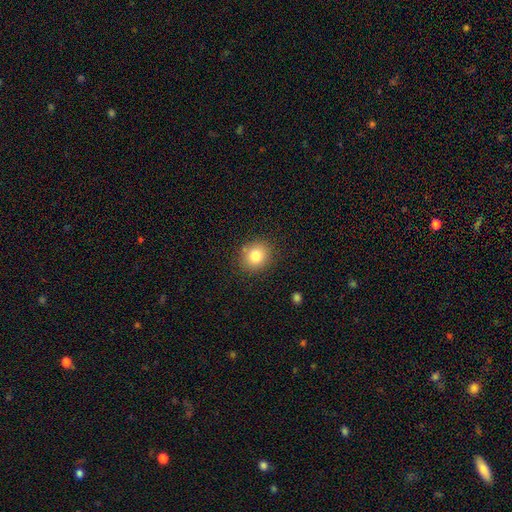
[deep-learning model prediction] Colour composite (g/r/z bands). It shows a smooth galaxy with no disk features (81%) that is round (78%). Merging: none (85%).